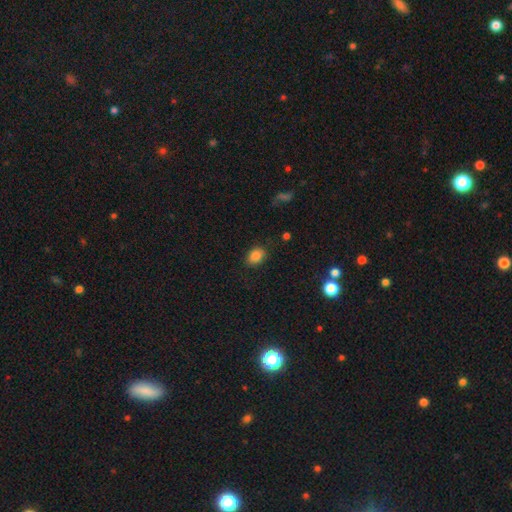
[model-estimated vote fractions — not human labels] The model was most divided on "how rounded": in between: 73%, round: 26%, cigar-shaped: 1%. More confident: smooth or featured — smooth (85%); merging — none (81%).